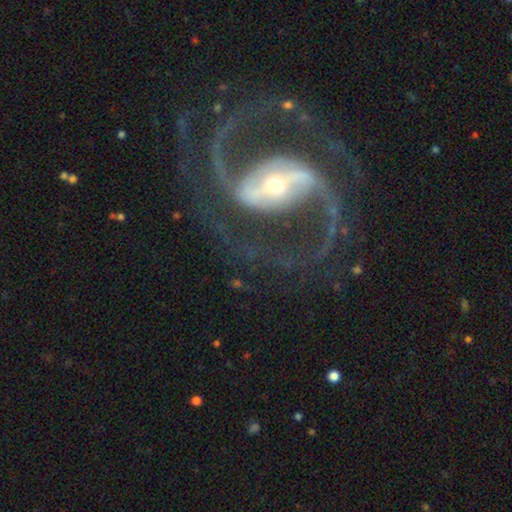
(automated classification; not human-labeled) A featured or disk galaxy (92%) with a strong bar (64%), 2 (89%) medium (63%) spiral arms (98%) and a small central bulge (52%).

Vote fractions:
- Smooth or featured? featured or disk: 92% / star or artifact: 5% / smooth: 2%
- Edge-on disk? no: 97% / yes: 3%
- Bar? strong: 64% / weak: 24% / no: 12%
- Spiral arms? yes: 98% / no: 2%
- Spiral winding? medium: 63% / loose: 20% / tight: 17%
- Spiral arm count? 2: 89% / 3: 4% / can't tell: 2% / 4: 2% / 1: 2% / more than 4: 2%
- Bulge size? small: 52% / moderate: 40% / large: 6% / dominant: 1% / none: 1%
- Merging? none: 77% / minor disturbance: 11% / major disturbance: 10% / merger: 2%